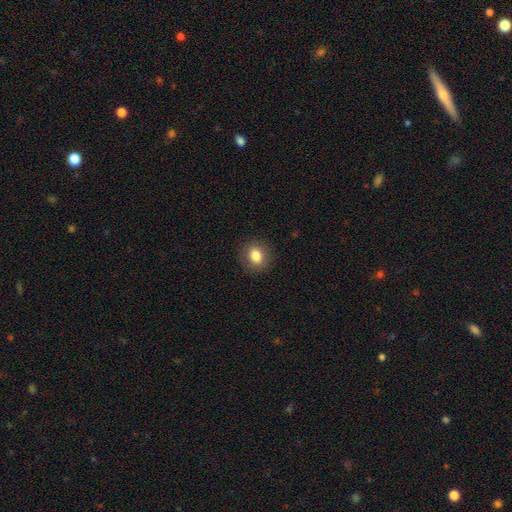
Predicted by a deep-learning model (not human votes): A smooth galaxy with no disk features (82%) that is round (63%). Merging: none (89%).